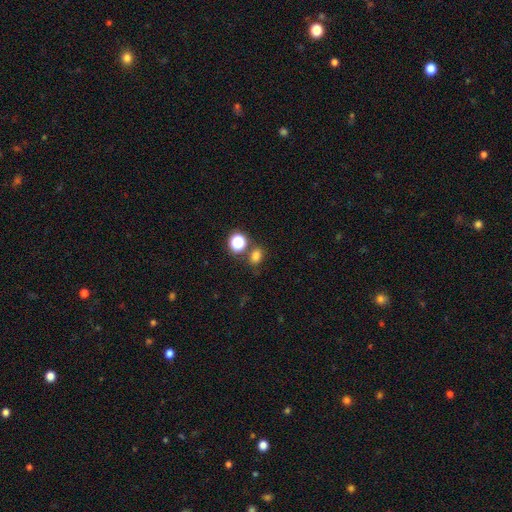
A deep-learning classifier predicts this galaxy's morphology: Q: Smooth or featured?
A: smooth (76%); runner-up: star or artifact (19%)
Q: How rounded?
A: in between (54%); runner-up: round (45%)
Q: Merging?
A: none (73%); runner-up: merger (12%)